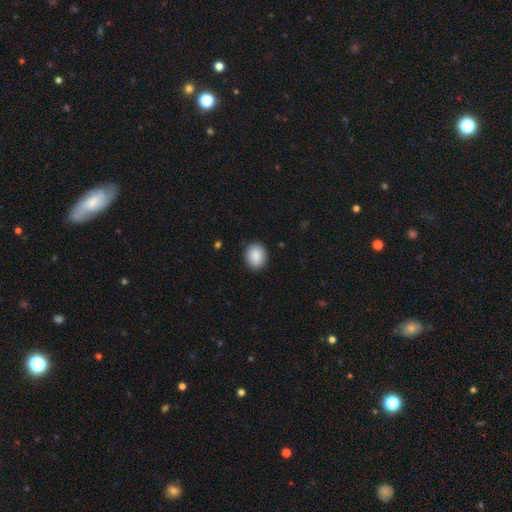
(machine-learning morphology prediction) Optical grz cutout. It shows a smooth galaxy with no disk features (89%) that is round (51%). Merging: none (88%).